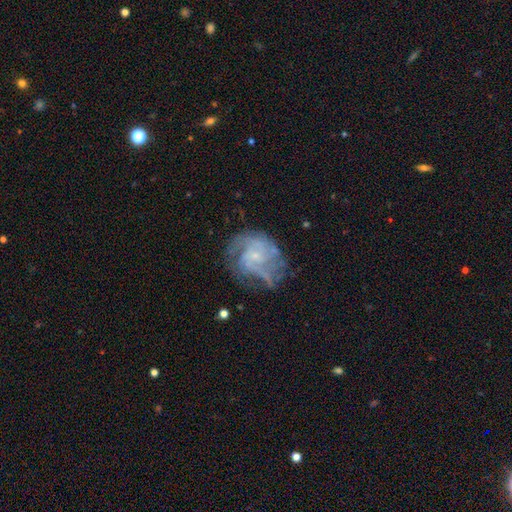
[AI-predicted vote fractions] Smooth or featured: featured or disk — 77% (smooth — 15%)
Edge-on disk: no — 98% (yes — 2%)
Bar: no — 67% (weak — 29%)
Spiral arms: yes — 86% (no — 14%)
Spiral winding: medium — 43% (tight — 38%)
Spiral arm count: can't tell — 37% (2 — 23%)
Bulge size: small — 76% (moderate — 12%)
Merging: none — 50% (minor disturbance — 24%)